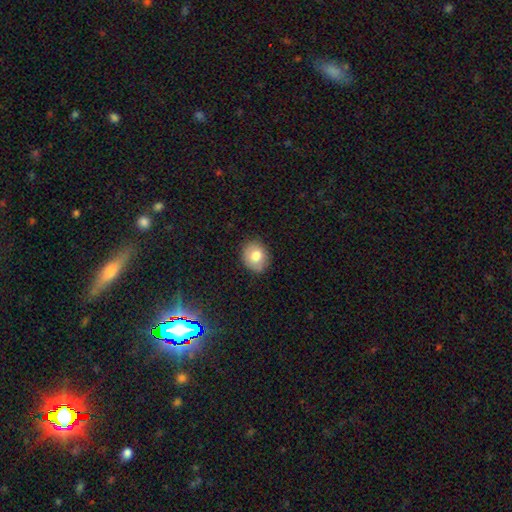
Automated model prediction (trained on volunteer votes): Smooth or featured? smooth (78%)
How rounded? round (62%)
Merging? none (80%)